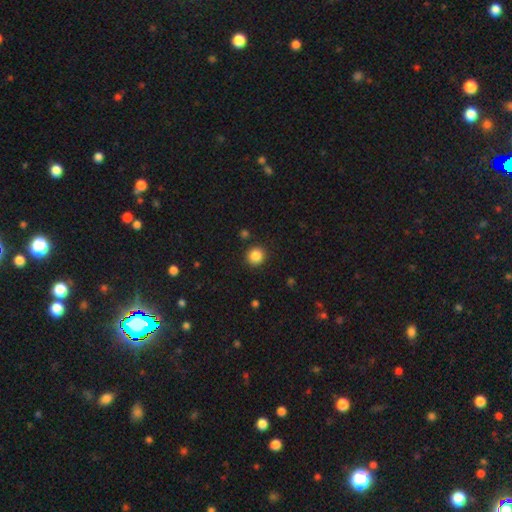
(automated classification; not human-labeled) Overall: smooth (86%). How rounded: round (93%). Merging: none (91%).